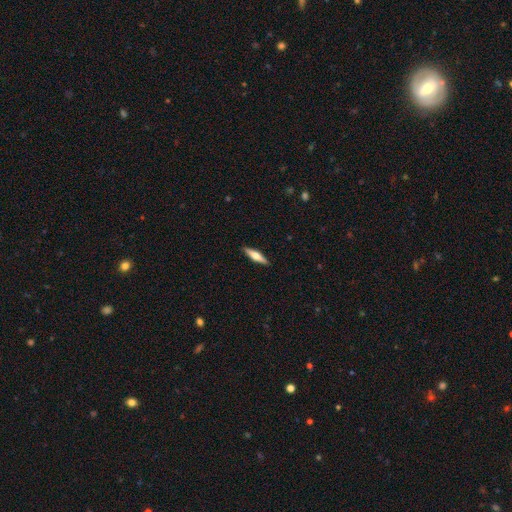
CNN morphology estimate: Smooth or featured? Predicted: featured or disk (p=0.49). Merging? Predicted: none (p=0.90).